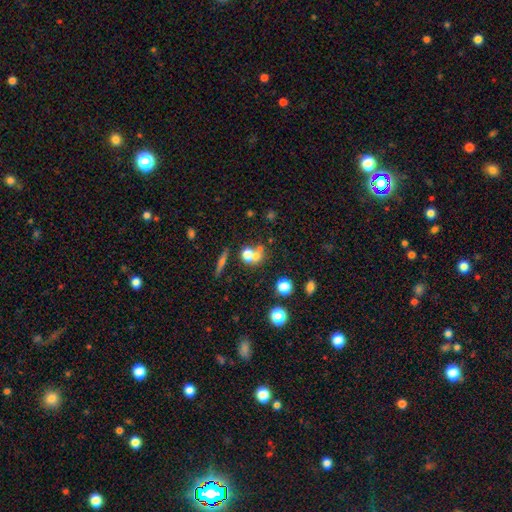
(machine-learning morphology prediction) Overall: smooth (62%). How rounded: round (77%). Merging: merger (54%; none 35%).